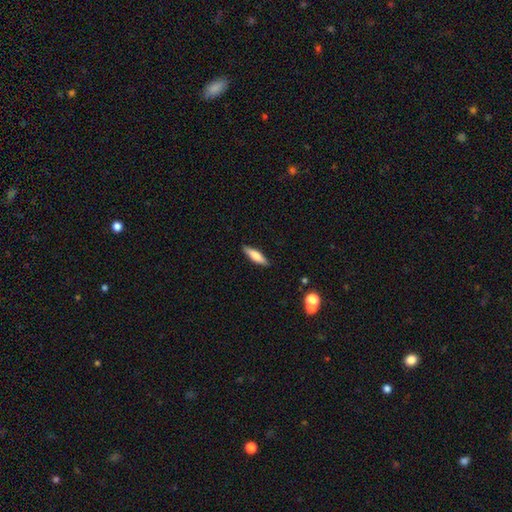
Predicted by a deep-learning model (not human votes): This is likely a smooth galaxy (72%). How rounded: likely cigar-shaped (67%). Merging: clearly none (88%).